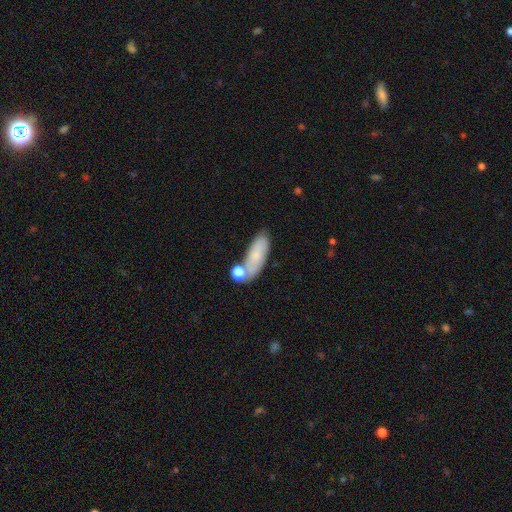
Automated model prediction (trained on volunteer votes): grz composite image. It shows a smooth galaxy with no disk features (73%) that is in between round and cigar-shaped (73%). Merging: none (63%).